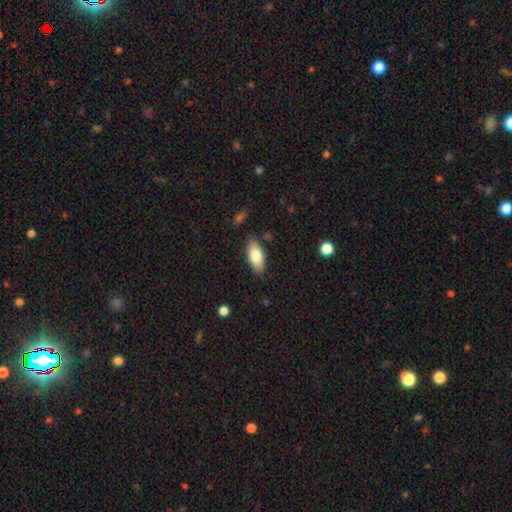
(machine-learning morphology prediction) Overall: smooth (80%). How rounded: in between (87%). Merging: none (85%).